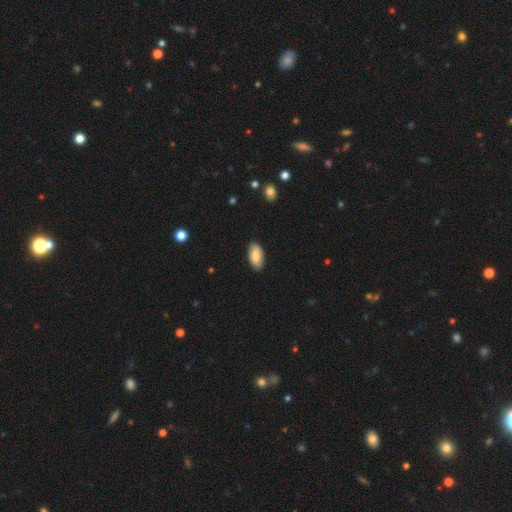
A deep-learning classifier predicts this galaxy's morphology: A smooth galaxy with no disk features (82%) that is in between round and cigar-shaped (94%). Merging: none (87%).